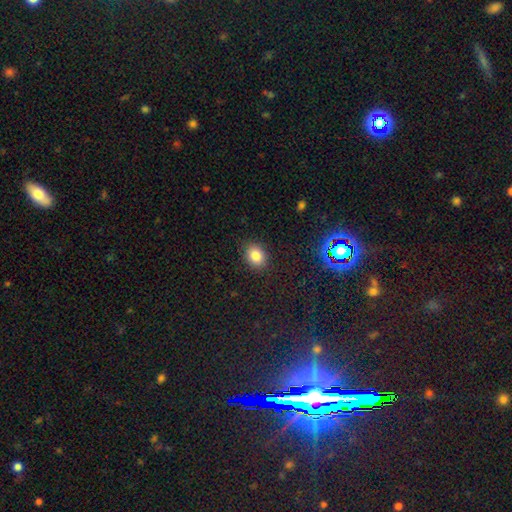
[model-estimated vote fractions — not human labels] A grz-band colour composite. It shows a smooth galaxy with no disk features (82%) that is in between round and cigar-shaped (51%). Merging: none (87%).